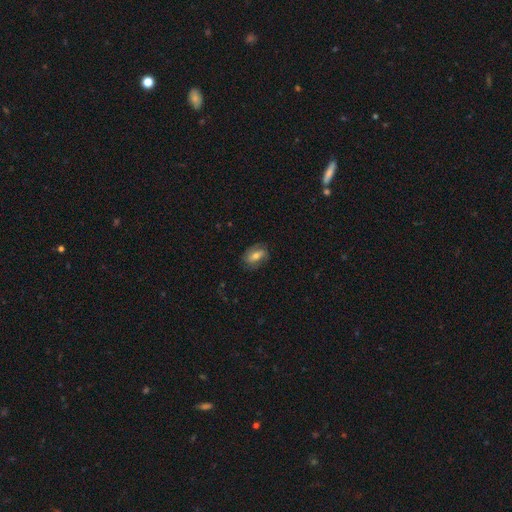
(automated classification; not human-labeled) This is possibly a smooth galaxy (52%). How rounded: clearly in between (82%). Merging: likely none (76%).